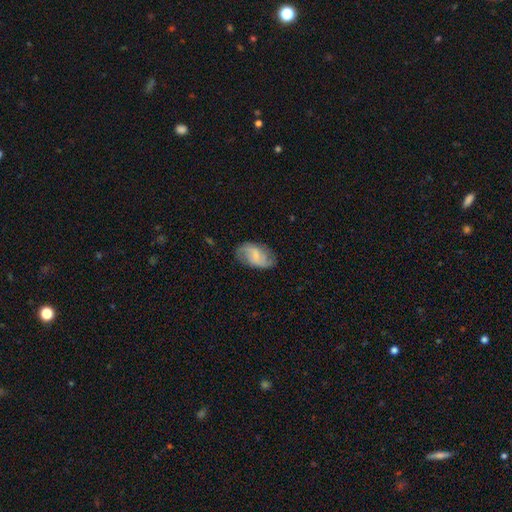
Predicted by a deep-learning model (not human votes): featured or disk 56%, smooth 37%, star or artifact 7%. Down the decision tree: edge-on disk — no (96%); bar — weak (54%); spiral arms — yes (88%); bulge size — small (39%); merging — none (72%).